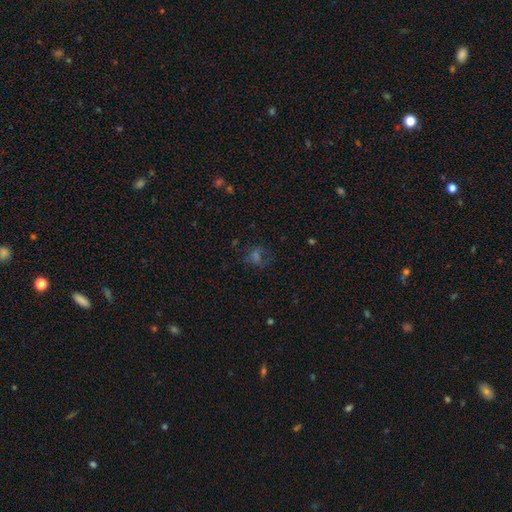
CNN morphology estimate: Overall: smooth (39%; star or artifact 38%). Merging: none (62%).